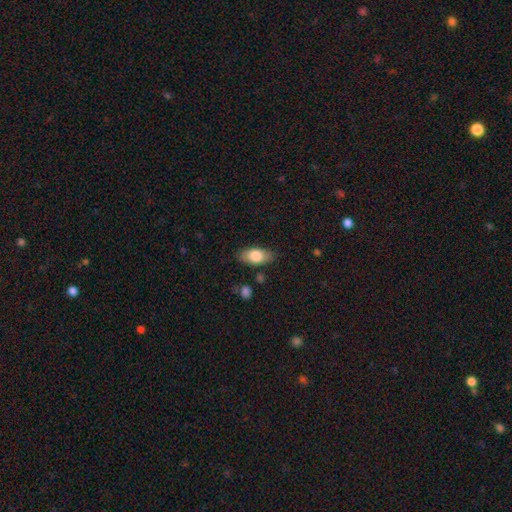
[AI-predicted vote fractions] Smooth or featured? Predicted: smooth (p=0.77). How rounded? Predicted: in between (p=0.89). Merging? Predicted: none (p=0.81).